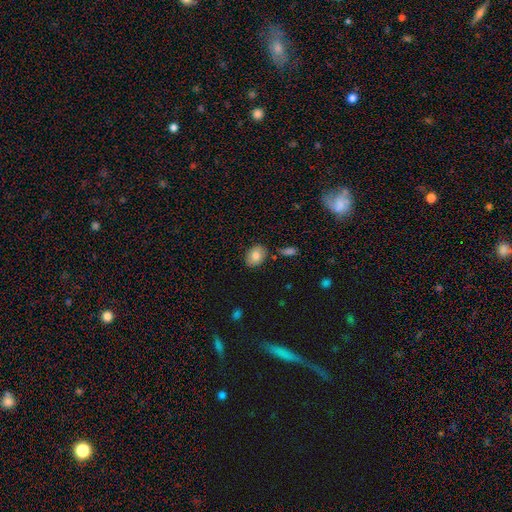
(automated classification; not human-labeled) Q: Smooth or featured?
A: smooth (80%); runner-up: featured or disk (12%)
Q: How rounded?
A: in between (65%); runner-up: round (34%)
Q: Merging?
A: none (81%); runner-up: minor disturbance (13%)